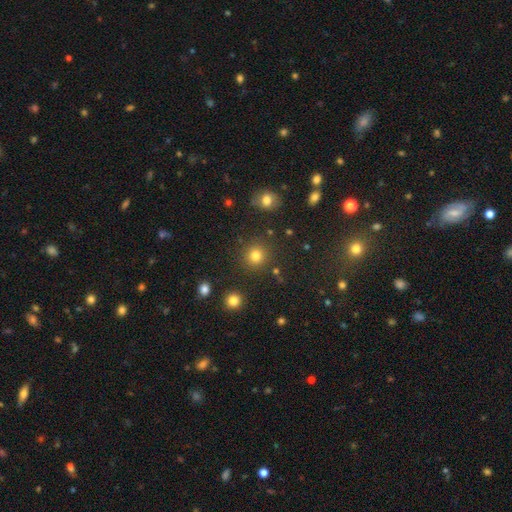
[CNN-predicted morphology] Overall: smooth (81%). How rounded: round (93%). Merging: none (88%).